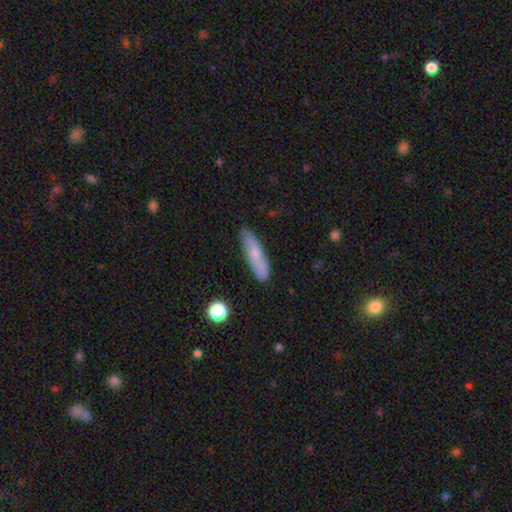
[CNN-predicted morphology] This is possibly a smooth galaxy (59%). How rounded: likely cigar-shaped (66%). Merging: likely none (79%).